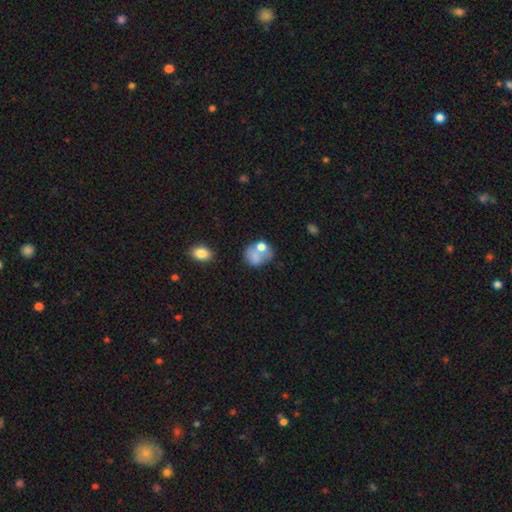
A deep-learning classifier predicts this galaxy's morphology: Smooth or featured? smooth (68%)
How rounded? round (63%)
Merging? none (37%)